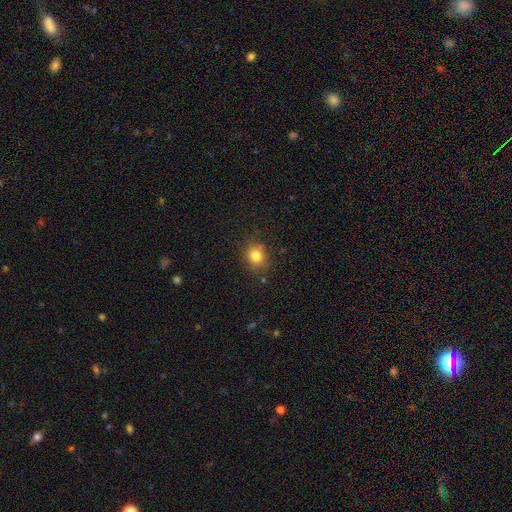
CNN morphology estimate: The model was most divided on "how rounded": round: 71%, in between: 28%, cigar-shaped: 1%. More confident: smooth or featured — smooth (81%); merging — none (80%).